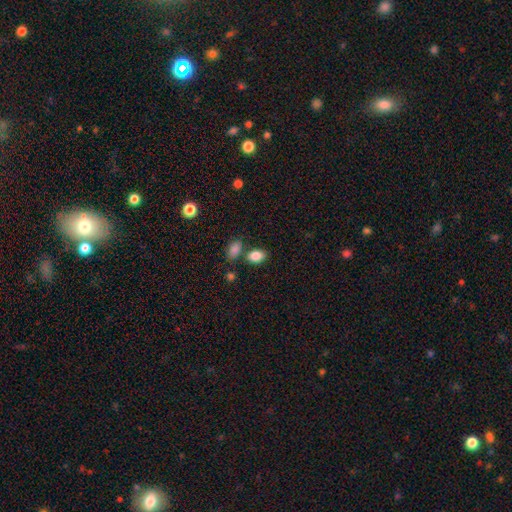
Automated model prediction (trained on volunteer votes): Smooth or featured: smooth — 86% (star or artifact — 9%)
How rounded: in between — 85% (round — 13%)
Merging: none — 68% (merger — 16%)